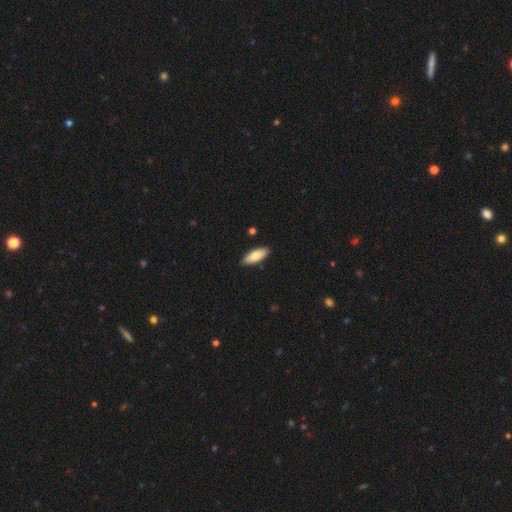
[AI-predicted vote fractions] Smooth or featured: smooth — 81% (featured or disk — 14%)
How rounded: in between — 70% (cigar-shaped — 29%)
Merging: none — 87% (minor disturbance — 10%)